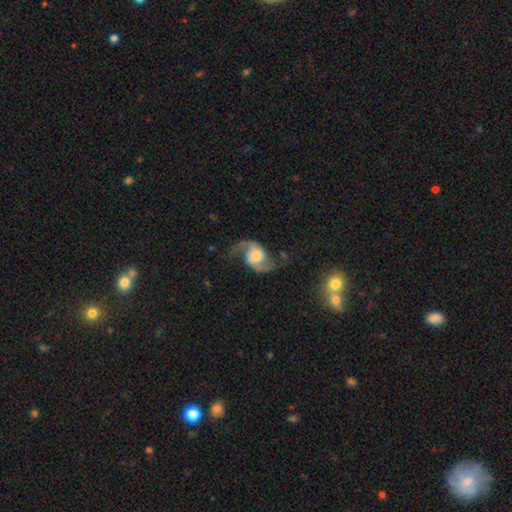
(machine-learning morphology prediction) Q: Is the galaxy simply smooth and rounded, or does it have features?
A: featured or disk — 84%.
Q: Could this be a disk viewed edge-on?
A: no — 97%.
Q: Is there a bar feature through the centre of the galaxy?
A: no — 65%.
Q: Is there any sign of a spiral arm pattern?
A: yes — 96%.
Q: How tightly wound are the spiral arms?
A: loose — 69%.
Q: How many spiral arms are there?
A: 2 — 93%.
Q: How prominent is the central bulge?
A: moderate — 39%.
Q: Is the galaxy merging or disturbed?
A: none — 65%.